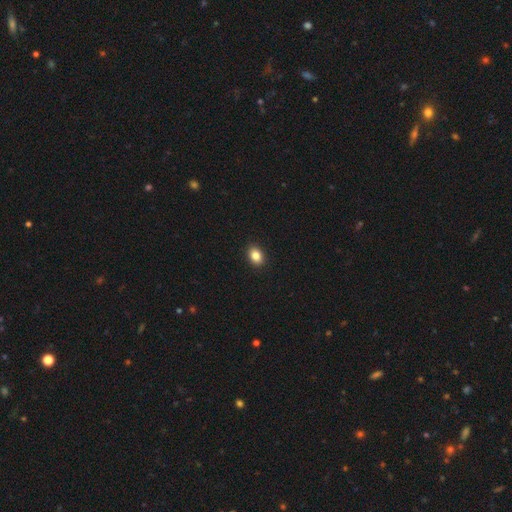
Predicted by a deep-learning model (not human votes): This appears to be a smooth galaxy with no disk features (85%) that is in between round and cigar-shaped (66%). Merging: none (91%).